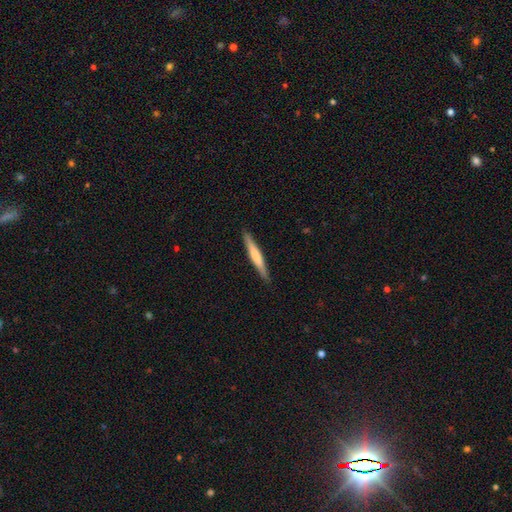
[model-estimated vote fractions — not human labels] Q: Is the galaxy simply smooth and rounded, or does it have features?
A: smooth — 52%.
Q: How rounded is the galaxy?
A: cigar-shaped — 95%.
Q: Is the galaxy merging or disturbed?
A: none — 90%.